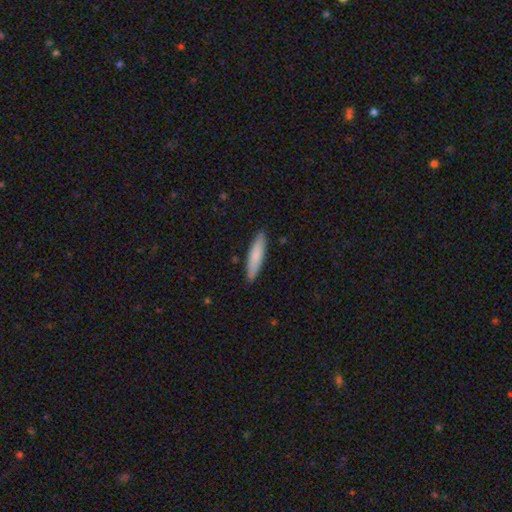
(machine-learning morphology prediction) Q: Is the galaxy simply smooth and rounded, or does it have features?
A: smooth — 79%.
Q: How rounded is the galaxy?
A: cigar-shaped — 83%.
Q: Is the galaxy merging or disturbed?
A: none — 89%.